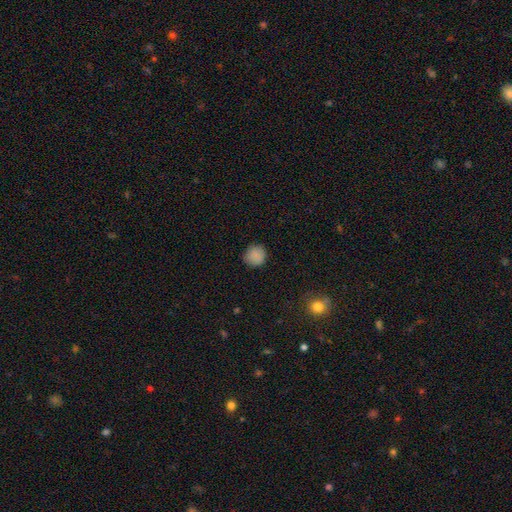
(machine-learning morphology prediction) smooth 87%, star or artifact 9%, featured or disk 3%. Down the decision tree: how rounded — round (91%); merging — none (88%).